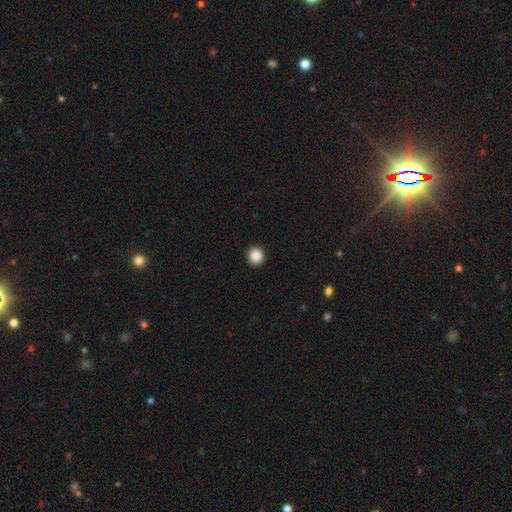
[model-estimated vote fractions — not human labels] This appears to be a smooth galaxy with no disk features (88%) that is round (95%). Merging: none (93%).